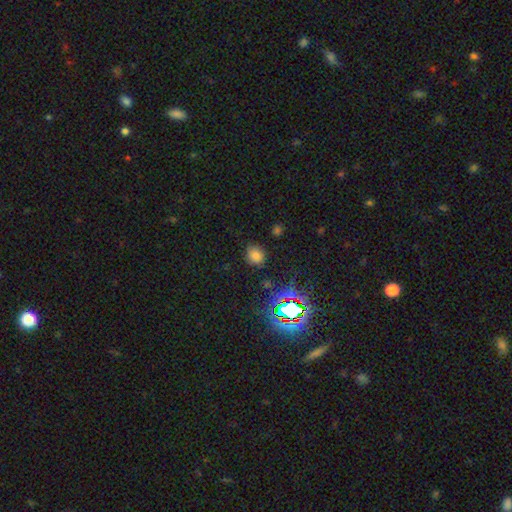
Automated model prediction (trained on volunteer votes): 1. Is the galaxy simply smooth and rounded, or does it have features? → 70% smooth, 23% star or artifact, 7% featured or disk.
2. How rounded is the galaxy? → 80% round, 19% in between, 1% cigar-shaped.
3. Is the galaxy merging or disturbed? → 83% none, 11% minor disturbance, 3% major disturbance, 2% merger.